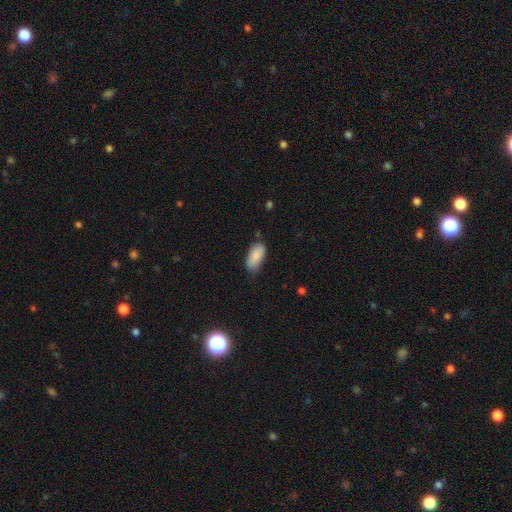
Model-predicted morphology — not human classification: Smooth or featured? smooth (88%)
How rounded? in between (91%)
Merging? none (68%)